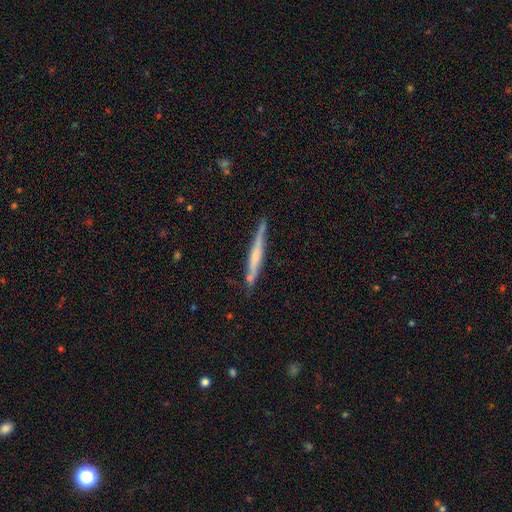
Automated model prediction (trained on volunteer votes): Overall: featured or disk (58%; smooth 36%). Edge-on disk: yes (97%). Edge-on bulge: none (47%; rounded 34%). Merging: none (81%).